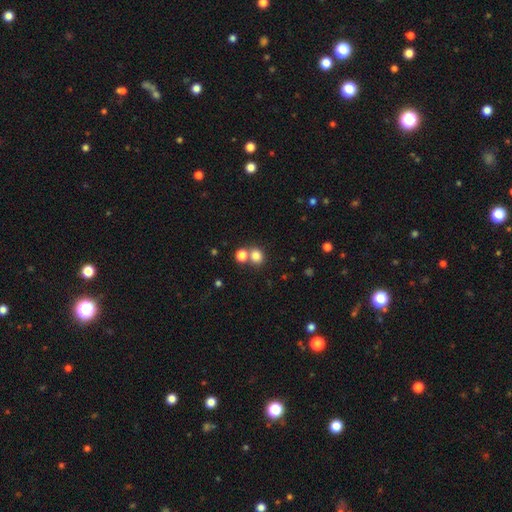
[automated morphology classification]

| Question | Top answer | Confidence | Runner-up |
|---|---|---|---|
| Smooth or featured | smooth | 81% | star or artifact (13%) |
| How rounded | round | 75% | in between (24%) |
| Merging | none | 60% | merger (29%) |